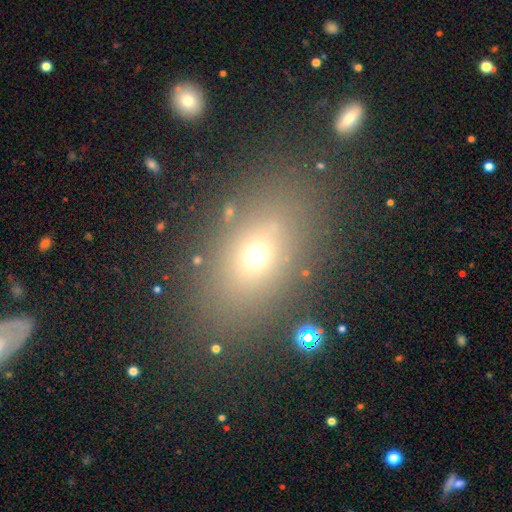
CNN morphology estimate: smooth 65%, star or artifact 20%, featured or disk 15%. Down the decision tree: how rounded — in between (72%); merging — none (81%).